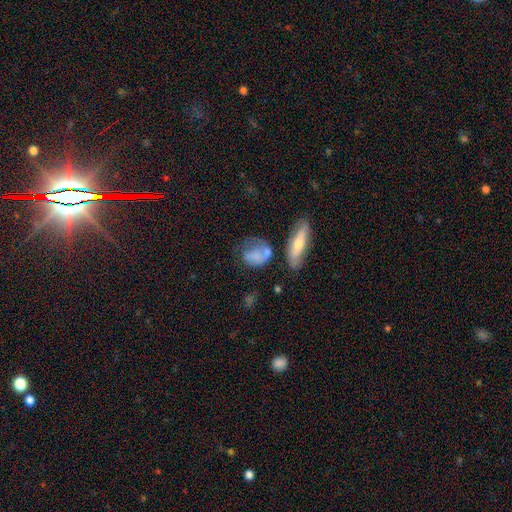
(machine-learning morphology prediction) smooth-or-featured: smooth: 62% | featured or disk: 28% | star or artifact: 10%
  how-rounded: in between: 59% | round: 36% | cigar-shaped: 5%
  merging: none: 36% | minor disturbance: 24% | major disturbance: 24% | merger: 16%